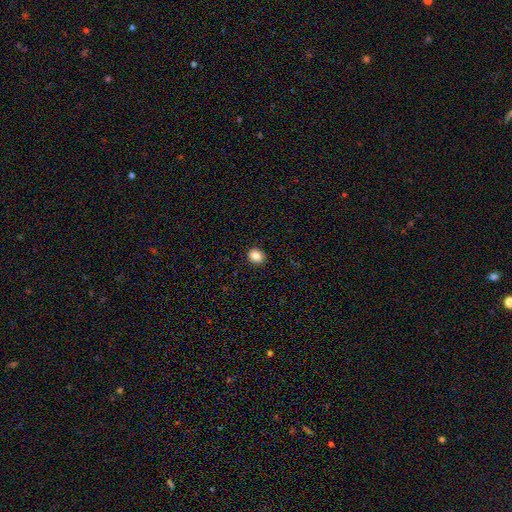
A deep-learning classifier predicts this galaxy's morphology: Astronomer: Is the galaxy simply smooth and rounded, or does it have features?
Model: smooth — 85%.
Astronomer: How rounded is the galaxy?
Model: round — 64%.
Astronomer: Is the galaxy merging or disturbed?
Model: none — 91%.